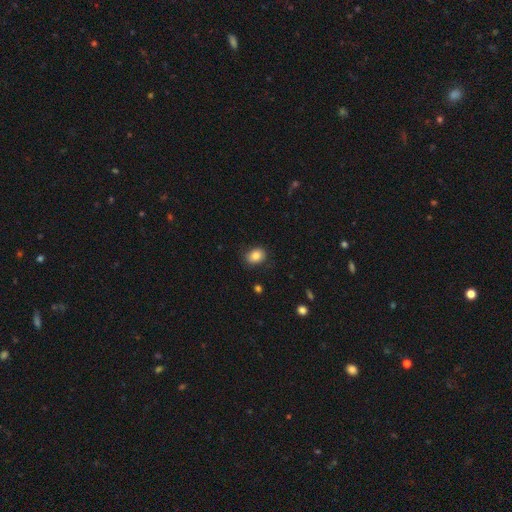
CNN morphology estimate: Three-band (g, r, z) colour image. It shows a smooth galaxy with no disk features (84%) that is in between round and cigar-shaped (61%). Merging: none (83%).